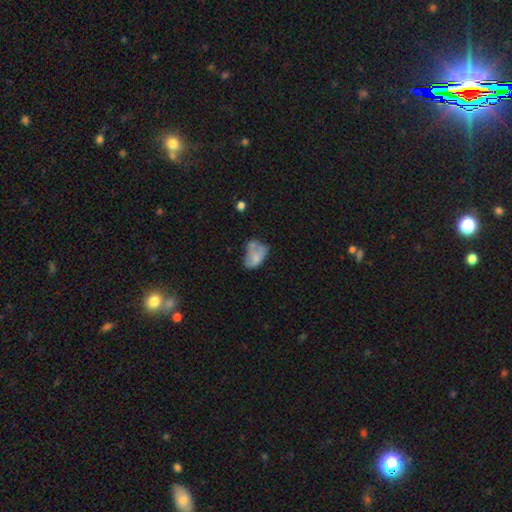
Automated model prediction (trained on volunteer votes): A smooth galaxy with no disk features (59%) that is in between round and cigar-shaped (86%).

Vote fractions:
- Smooth or featured? smooth: 59% / featured or disk: 31% / star or artifact: 10%
- How rounded? in between: 86% / round: 12% / cigar-shaped: 2%
- Merging? minor disturbance: 28% / none: 26% / major disturbance: 24% / merger: 23%